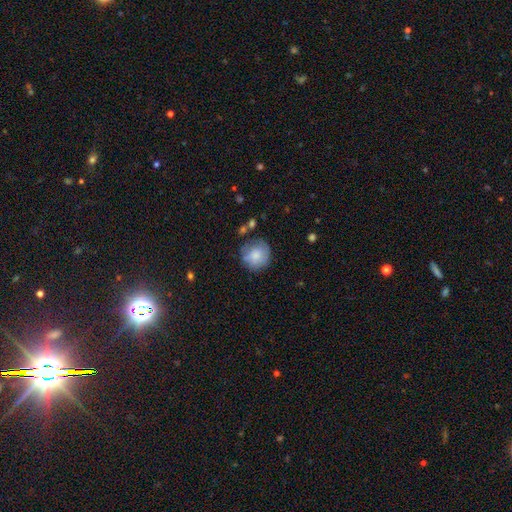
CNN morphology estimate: This appears to be a smooth galaxy with no disk features (75%) that is round (90%). Merging: none (69%).